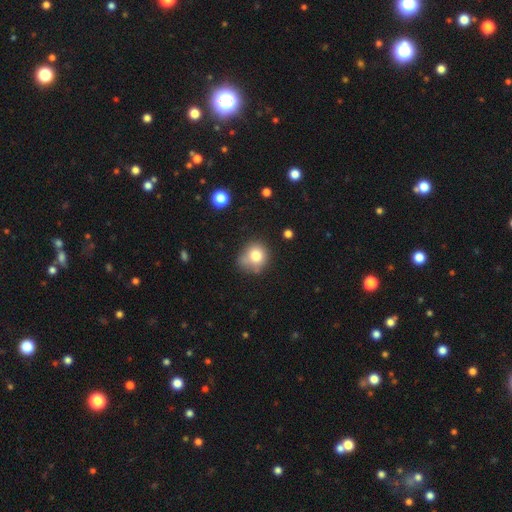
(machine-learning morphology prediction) Q: Smooth or featured?
A: smooth (79%); runner-up: star or artifact (11%)
Q: How rounded?
A: round (80%); runner-up: in between (19%)
Q: Merging?
A: none (57%); runner-up: minor disturbance (26%)